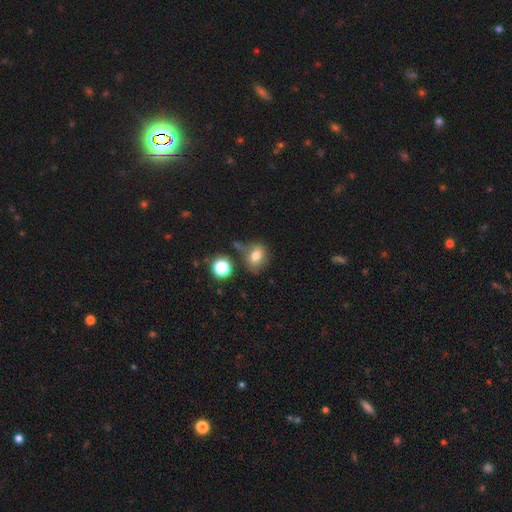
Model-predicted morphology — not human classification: A smooth galaxy with no disk features (75%) that is in between round and cigar-shaped (57%). Merging: none (56%).